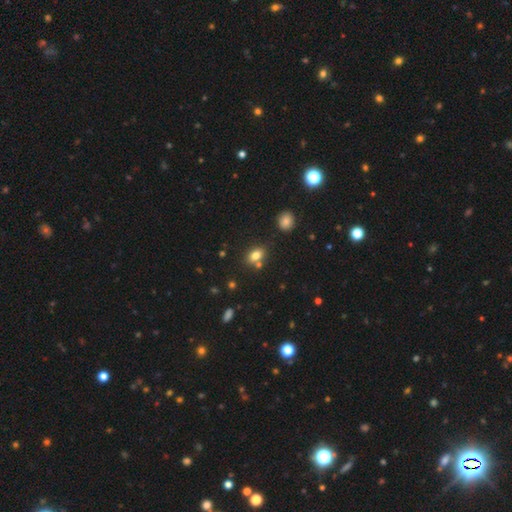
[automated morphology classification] Q: Smooth or featured?
A: smooth (79%); runner-up: star or artifact (12%)
Q: How rounded?
A: in between (76%); runner-up: round (22%)
Q: Merging?
A: none (67%); runner-up: merger (18%)